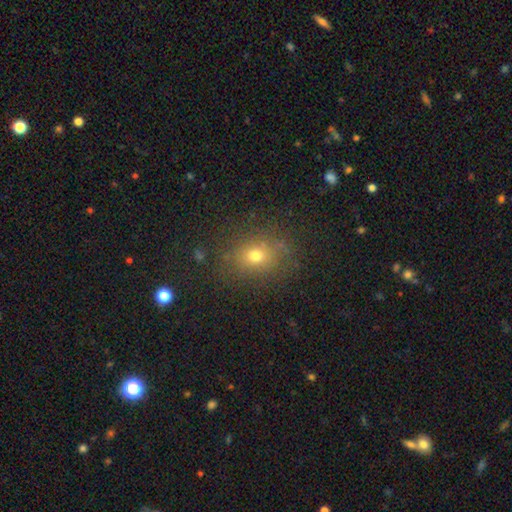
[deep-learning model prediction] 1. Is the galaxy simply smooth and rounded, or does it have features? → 70% smooth, 18% star or artifact, 11% featured or disk.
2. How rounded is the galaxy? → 60% round, 39% in between, 1% cigar-shaped.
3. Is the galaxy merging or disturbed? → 79% none, 13% minor disturbance, 5% major disturbance, 2% merger.